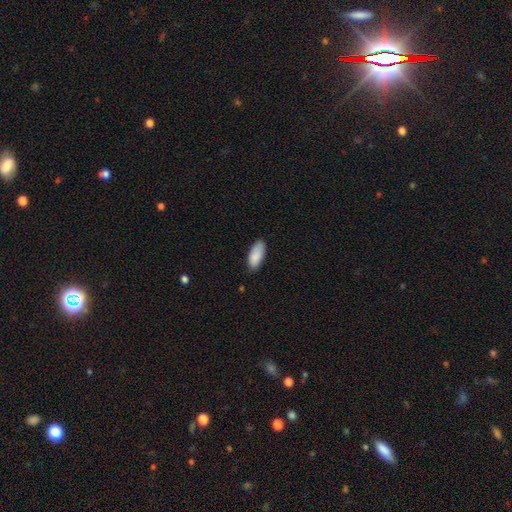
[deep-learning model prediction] This is clearly a smooth galaxy (89%). How rounded: clearly in between (88%). Merging: clearly none (82%).